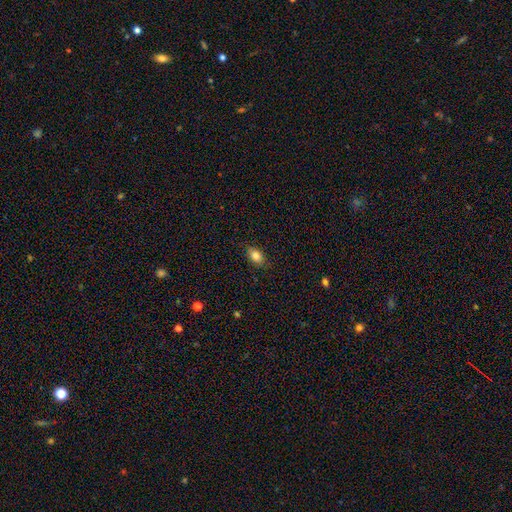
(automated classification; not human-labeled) Morphology: type=smooth (82%); roundness=in between (85%); merging=none (83%).